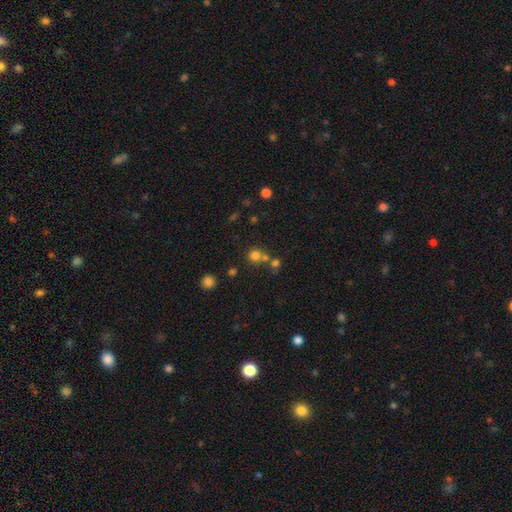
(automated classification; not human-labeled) Smooth or featured?
  - smooth: 73% *
  - star or artifact: 18%
  - featured or disk: 9%
How rounded?
  - round: 89% *
  - in between: 10%
  - cigar-shaped: 1%
Merging?
  - none: 55% *
  - merger: 34%
  - minor disturbance: 7%
  - major disturbance: 3%